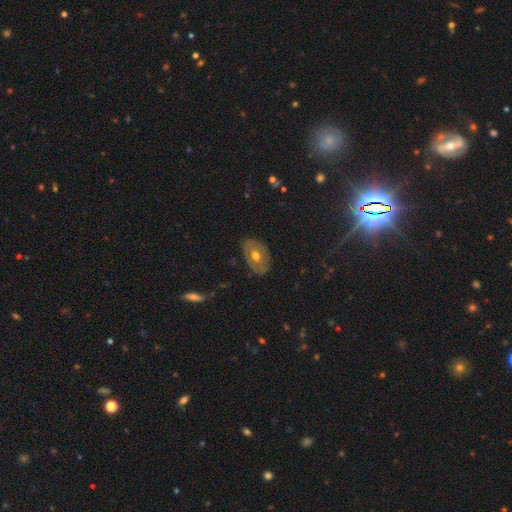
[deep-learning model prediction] smooth_or_featured: featured or disk (p=0.48) [alt: smooth p=0.44]
merging: none (p=0.81) [alt: minor disturbance p=0.14]